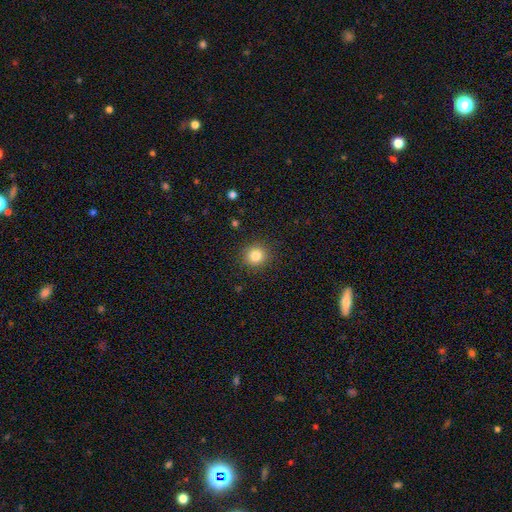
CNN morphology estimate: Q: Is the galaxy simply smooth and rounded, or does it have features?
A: smooth — 83%.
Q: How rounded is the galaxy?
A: round — 91%.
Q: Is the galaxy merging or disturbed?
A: none — 90%.